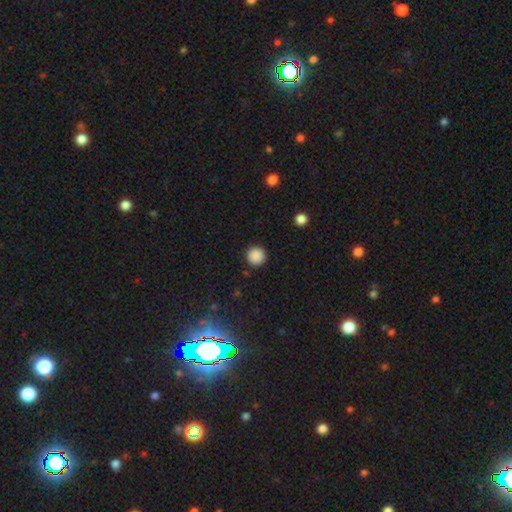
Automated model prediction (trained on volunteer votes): The model was most divided on "smooth or featured": smooth: 88%, star or artifact: 10%, featured or disk: 2%. More confident: how rounded — round (96%); merging — none (92%).